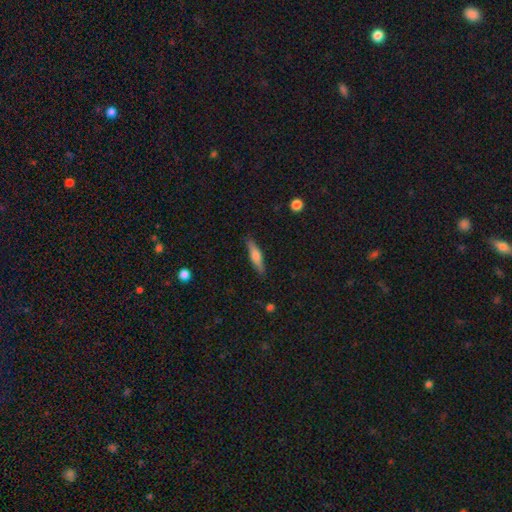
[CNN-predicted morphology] A smooth galaxy with no disk features (58%) that is cigar-shaped (79%). Merging: none (88%).